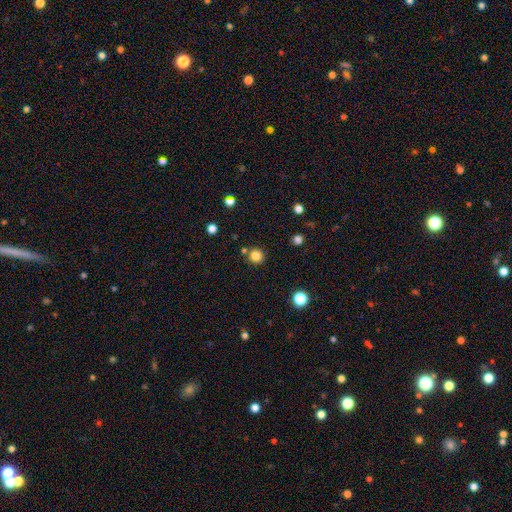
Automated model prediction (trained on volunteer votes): This is clearly a smooth galaxy (82%). How rounded: clearly round (93%). Merging: clearly none (85%).